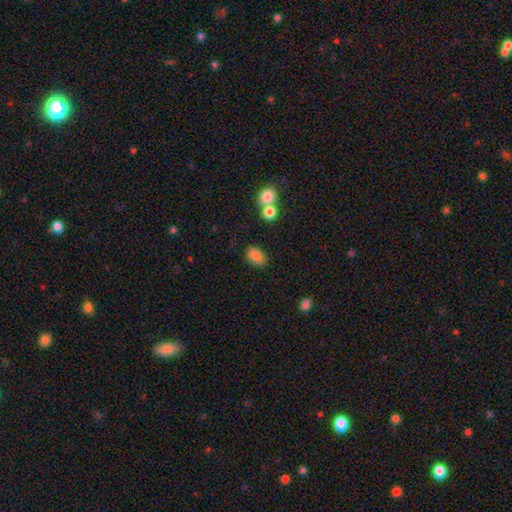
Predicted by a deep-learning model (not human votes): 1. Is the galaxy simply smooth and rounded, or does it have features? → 83% smooth, 9% star or artifact, 7% featured or disk.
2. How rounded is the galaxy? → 86% in between, 12% round, 1% cigar-shaped.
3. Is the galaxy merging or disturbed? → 77% none, 13% minor disturbance, 7% merger, 3% major disturbance.